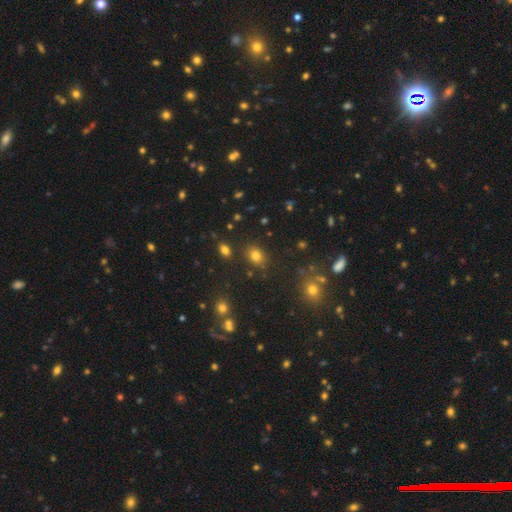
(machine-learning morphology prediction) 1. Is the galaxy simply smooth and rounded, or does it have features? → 77% smooth, 15% star or artifact, 7% featured or disk.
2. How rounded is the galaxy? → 57% in between, 42% round, 1% cigar-shaped.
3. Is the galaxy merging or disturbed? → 80% none, 12% minor disturbance, 5% merger, 4% major disturbance.